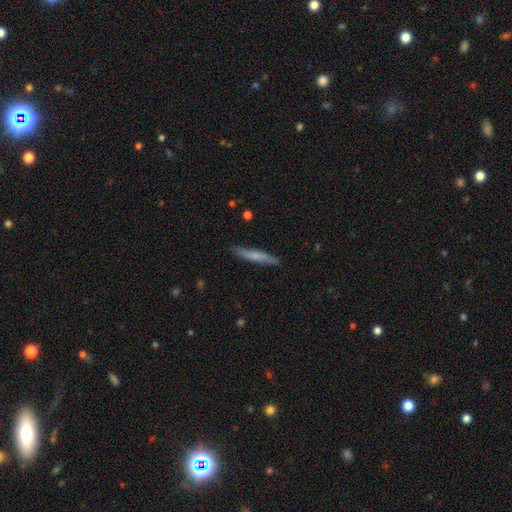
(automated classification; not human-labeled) The model was most divided on "smooth or featured": smooth: 65%, featured or disk: 30%, star or artifact: 6%. More confident: how rounded — cigar-shaped (94%); merging — none (87%).